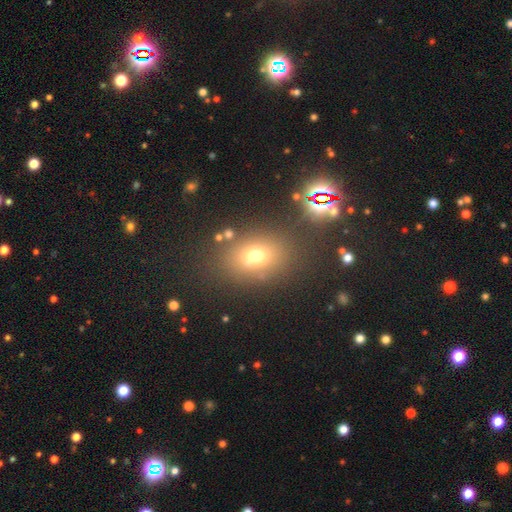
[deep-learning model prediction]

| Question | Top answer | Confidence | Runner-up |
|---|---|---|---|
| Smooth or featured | smooth | 68% | star or artifact (20%) |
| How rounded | in between | 65% | round (33%) |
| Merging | none | 78% | minor disturbance (11%) |